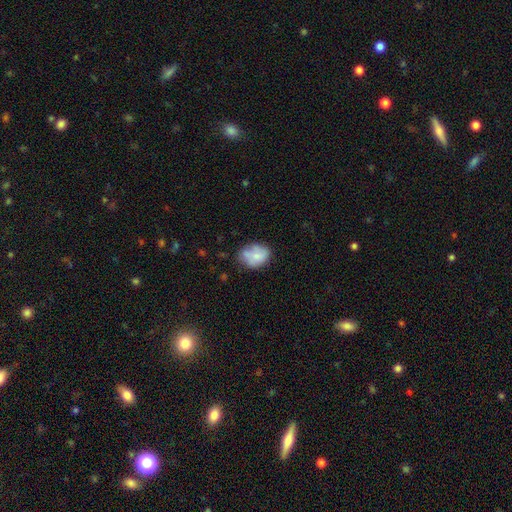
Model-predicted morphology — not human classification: This is likely a smooth galaxy (71%). How rounded: likely in between (65%). Merging: possibly none (53%).